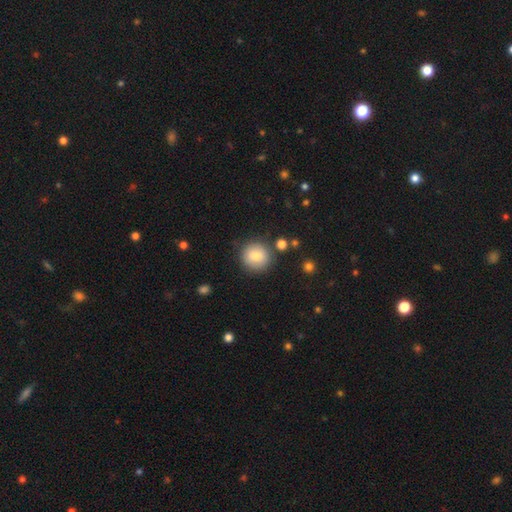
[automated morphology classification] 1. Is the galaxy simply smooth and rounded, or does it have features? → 80% smooth, 11% featured or disk, 9% star or artifact.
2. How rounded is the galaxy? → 93% round, 6% in between, 1% cigar-shaped.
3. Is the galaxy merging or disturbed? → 84% none, 9% minor disturbance, 4% merger, 3% major disturbance.